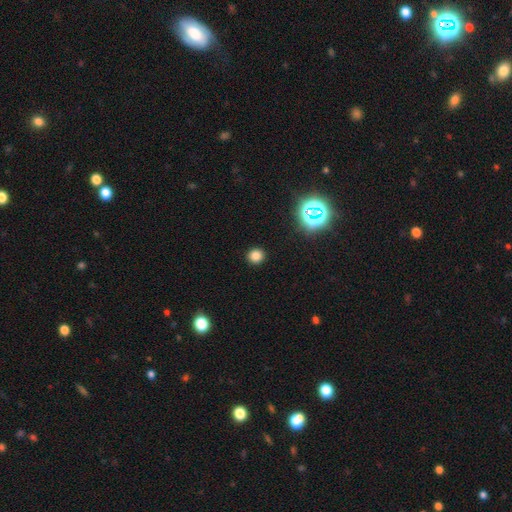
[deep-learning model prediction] This is likely a smooth galaxy (80%). How rounded: clearly round (91%). Merging: clearly none (92%).